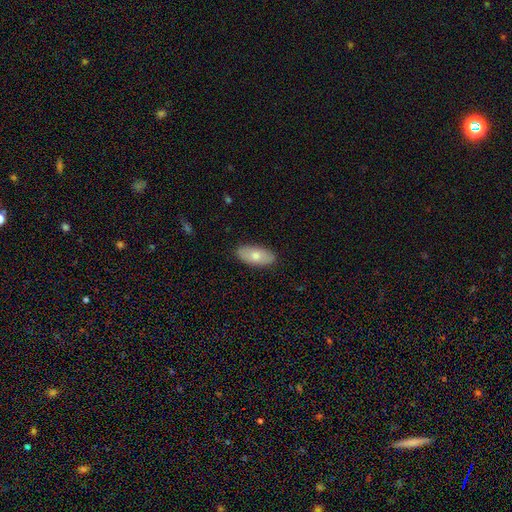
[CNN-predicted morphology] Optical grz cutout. It shows a smooth galaxy with no disk features (76%) that is in between round and cigar-shaped (91%). Merging: none (88%).